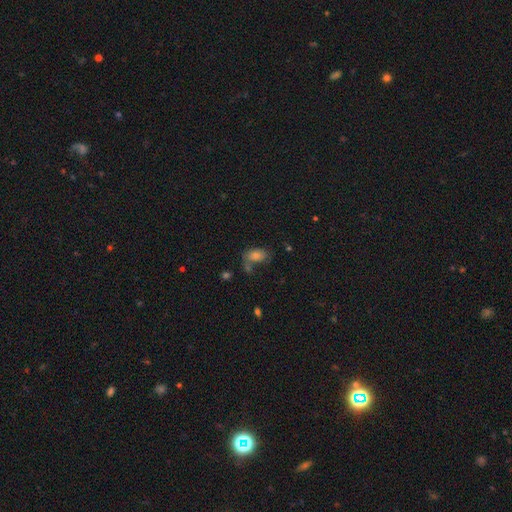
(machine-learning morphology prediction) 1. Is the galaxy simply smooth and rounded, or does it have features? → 75% smooth, 14% featured or disk, 11% star or artifact.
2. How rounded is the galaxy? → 89% in between, 9% round, 2% cigar-shaped.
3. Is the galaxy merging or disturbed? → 44% none, 21% minor disturbance, 21% merger, 14% major disturbance.